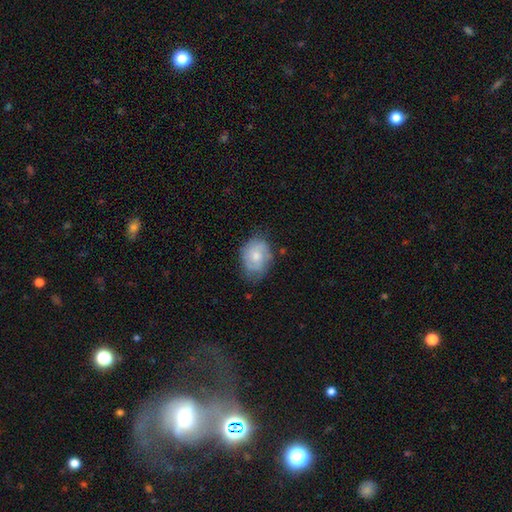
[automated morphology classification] type=smooth (55%); roundness=in between (61%); merging=none (59%).